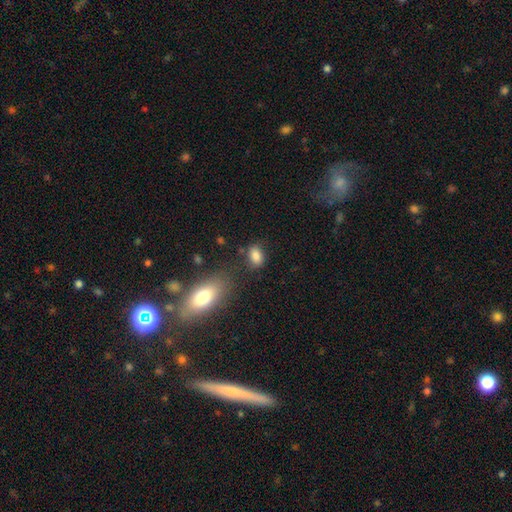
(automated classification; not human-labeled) smooth 84%, star or artifact 10%, featured or disk 6%. Down the decision tree: how rounded — in between (81%); merging — none (71%).